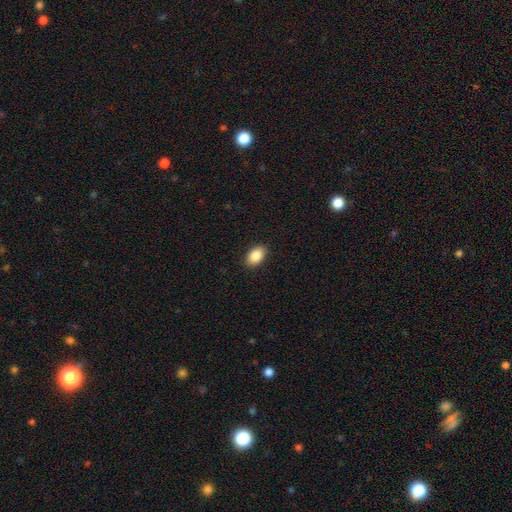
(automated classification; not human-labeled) Smooth or featured? smooth (88%)
How rounded? in between (90%)
Merging? none (90%)